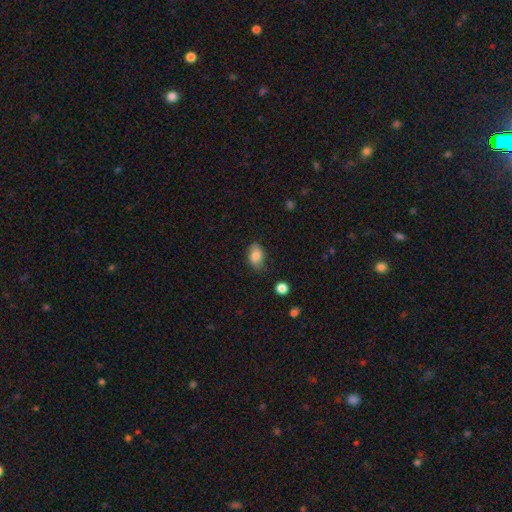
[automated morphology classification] type=smooth (81%); roundness=in between (86%); merging=none (75%).